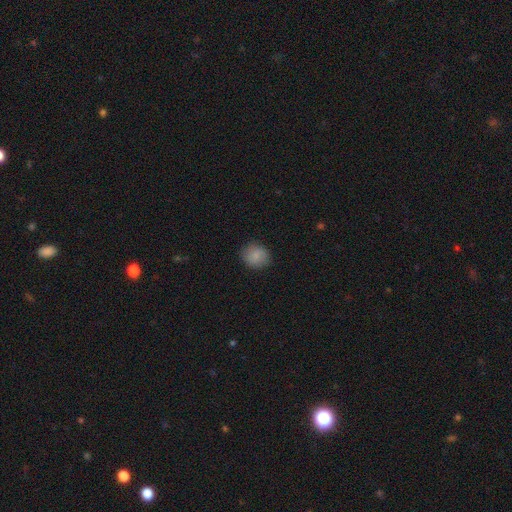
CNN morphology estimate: The model was most divided on "how rounded": round: 83%, in between: 16%, cigar-shaped: 1%. More confident: smooth or featured — smooth (85%); merging — none (85%).